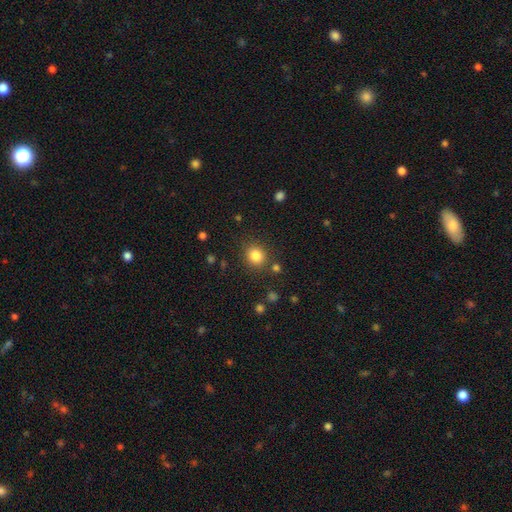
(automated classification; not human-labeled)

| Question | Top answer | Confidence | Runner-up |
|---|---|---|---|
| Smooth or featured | smooth | 83% | star or artifact (12%) |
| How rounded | round | 76% | in between (24%) |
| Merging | none | 83% | minor disturbance (9%) |